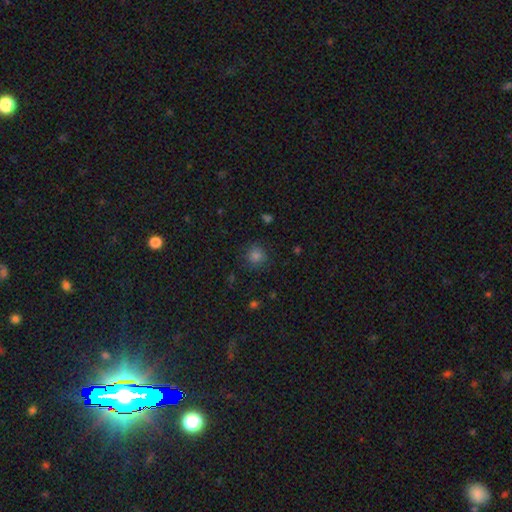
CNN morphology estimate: This is likely a smooth galaxy (79%). How rounded: clearly round (90%). Merging: clearly none (86%).